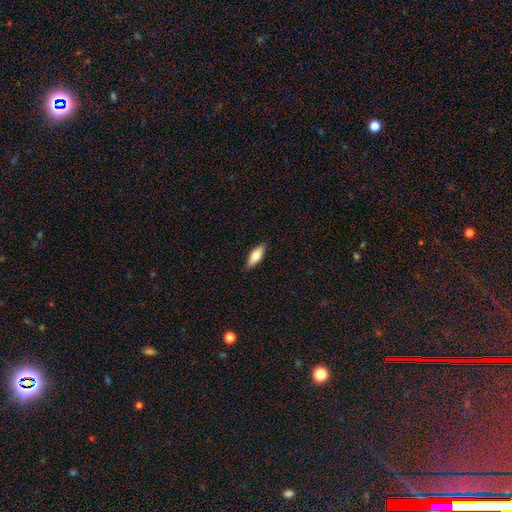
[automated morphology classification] Smooth or featured: smooth — 81% (featured or disk — 13%)
How rounded: in between — 74% (cigar-shaped — 24%)
Merging: none — 86% (minor disturbance — 11%)